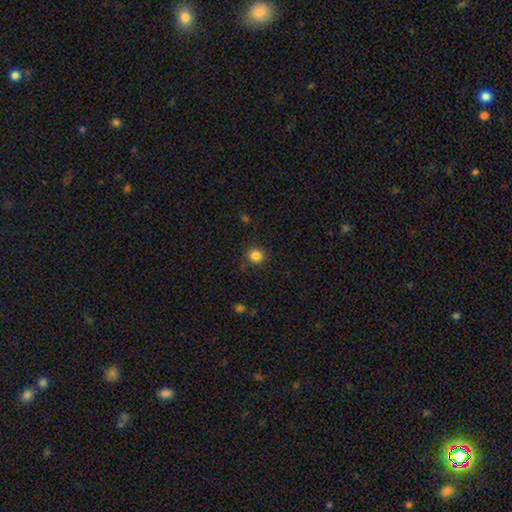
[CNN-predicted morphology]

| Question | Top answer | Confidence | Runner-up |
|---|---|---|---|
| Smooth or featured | smooth | 84% | star or artifact (12%) |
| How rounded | round | 91% | in between (8%) |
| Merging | none | 85% | minor disturbance (10%) |